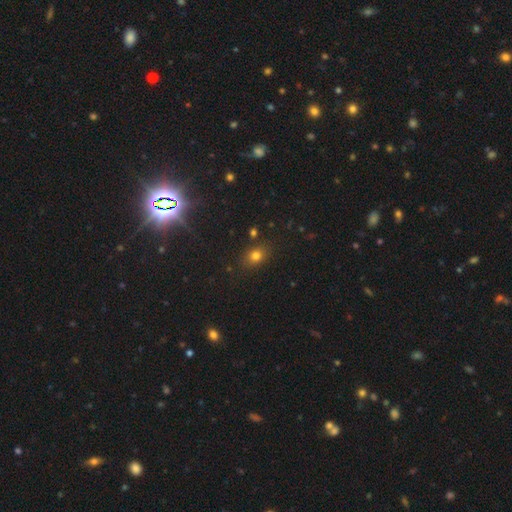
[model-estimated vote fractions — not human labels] smooth_or_featured: smooth (p=0.75) [alt: star or artifact p=0.17]
how_rounded: in between (p=0.54) [alt: round p=0.44]
merging: none (p=0.82) [alt: minor disturbance p=0.12]